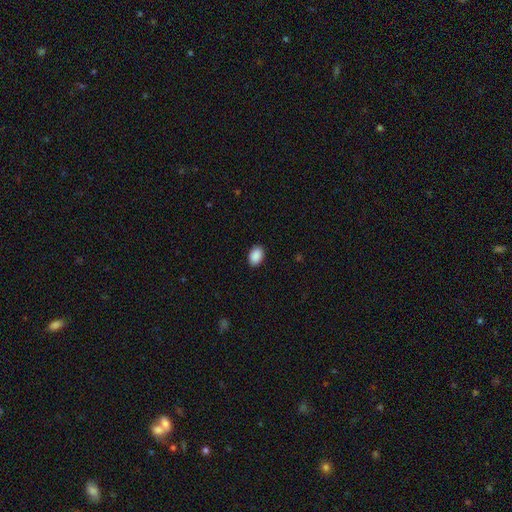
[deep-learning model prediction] A smooth galaxy with no disk features (90%) that is in between round and cigar-shaped (84%). Merging: none (90%).